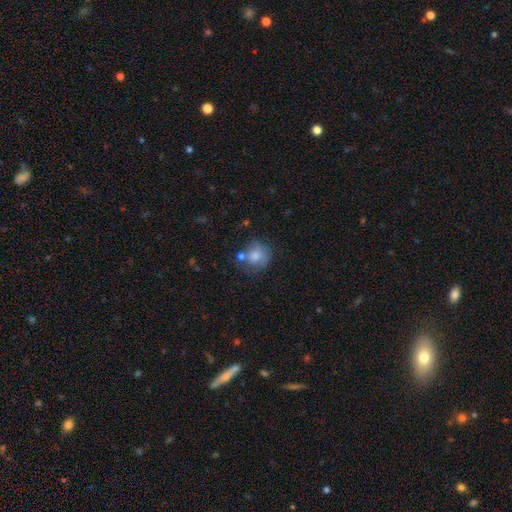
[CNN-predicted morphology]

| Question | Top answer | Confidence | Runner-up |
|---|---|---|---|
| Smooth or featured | smooth | 77% | featured or disk (14%) |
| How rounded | round | 80% | in between (19%) |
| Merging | none | 53% | minor disturbance (22%) |